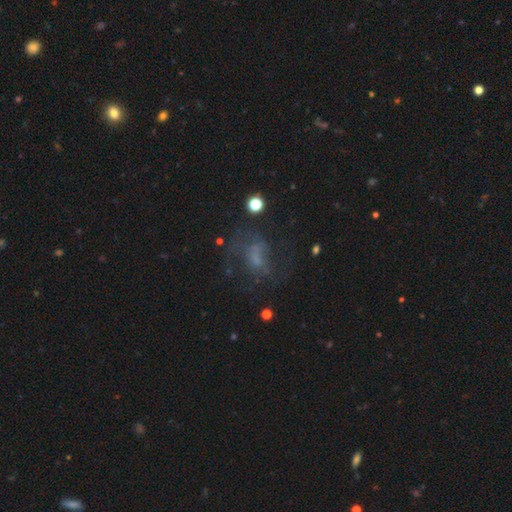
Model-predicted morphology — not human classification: A featured or disk galaxy (44%).

Vote fractions:
- Smooth or featured? featured or disk: 44% / smooth: 32% / star or artifact: 24%
- Merging? none: 46% / major disturbance: 31% / minor disturbance: 19% / merger: 4%